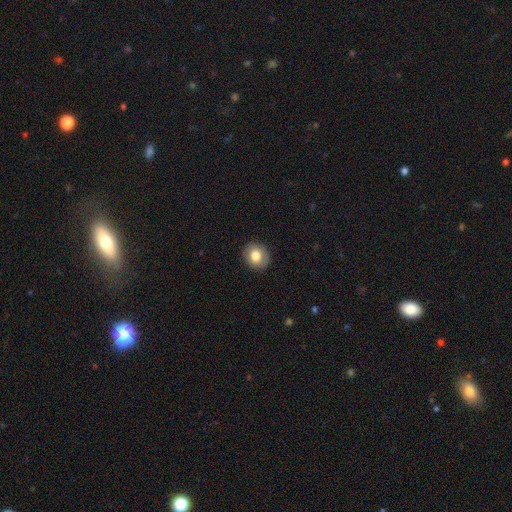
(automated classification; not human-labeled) Overall: smooth (78%). How rounded: round (69%; in between 30%). Merging: none (89%).